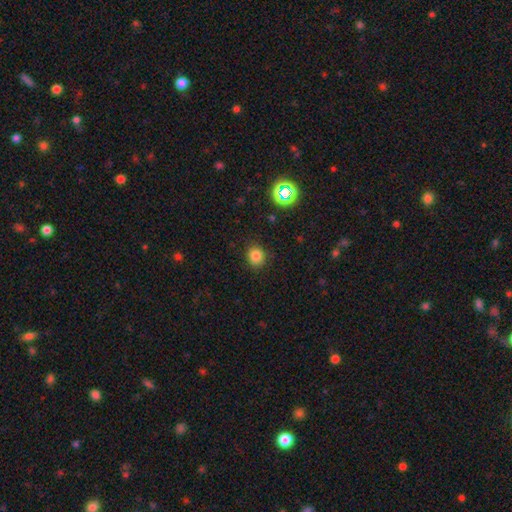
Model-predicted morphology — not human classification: Q: Smooth or featured?
A: smooth (80%); runner-up: star or artifact (15%)
Q: How rounded?
A: round (82%); runner-up: in between (17%)
Q: Merging?
A: none (87%); runner-up: minor disturbance (9%)